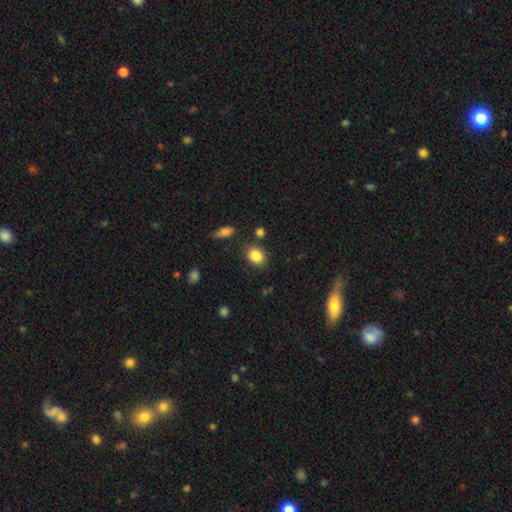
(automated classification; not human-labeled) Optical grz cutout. It shows a smooth galaxy with no disk features (85%) that is in between round and cigar-shaped (58%). Merging: none (81%).